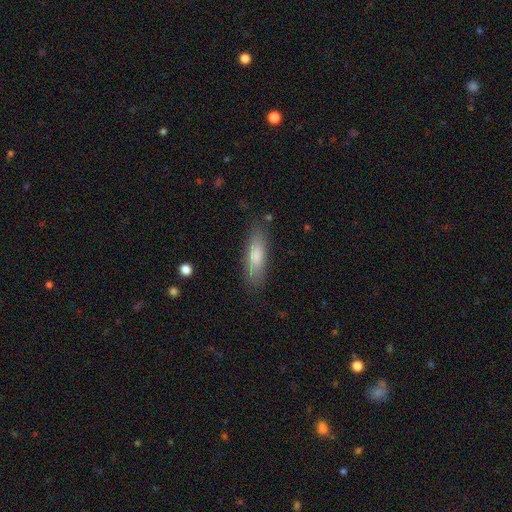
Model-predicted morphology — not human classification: smooth_or_featured: smooth (p=0.75) [alt: featured or disk p=0.19]
how_rounded: cigar-shaped (p=0.59) [alt: in between p=0.39]
merging: none (p=0.84) [alt: minor disturbance p=0.12]